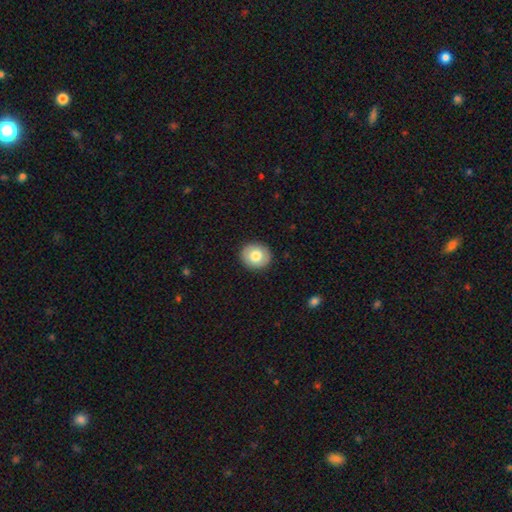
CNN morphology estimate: Smooth or featured? Predicted: smooth (p=0.78). How rounded? Predicted: round (p=0.79). Merging? Predicted: none (p=0.91).